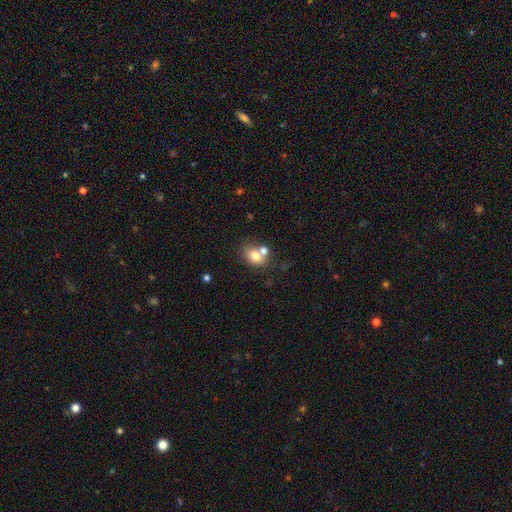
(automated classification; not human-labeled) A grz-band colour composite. It shows a smooth galaxy with no disk features (75%) that is in between round and cigar-shaped (59%). Merging: none (49%).